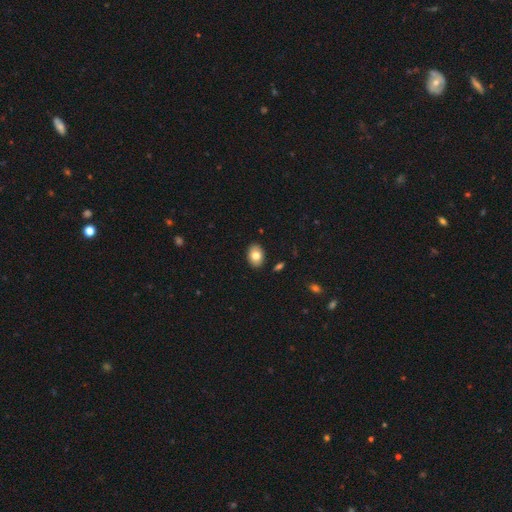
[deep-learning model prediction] Smooth or featured?
  - smooth: 79% *
  - featured or disk: 14%
  - star or artifact: 8%
How rounded?
  - in between: 81% *
  - round: 18%
  - cigar-shaped: 1%
Merging?
  - none: 89% *
  - minor disturbance: 8%
  - major disturbance: 2%
  - merger: 2%